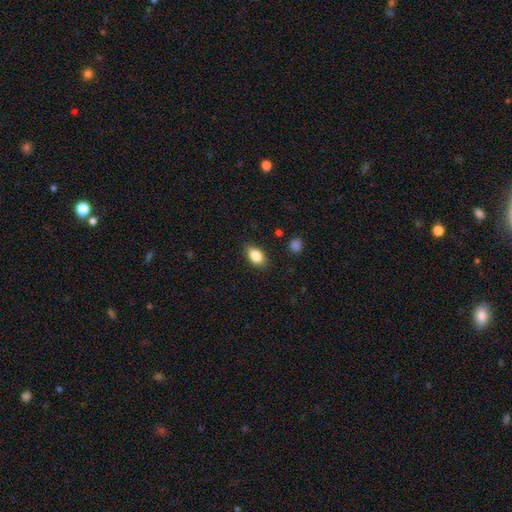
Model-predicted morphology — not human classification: This appears to be a smooth galaxy with no disk features (86%) that is in between round and cigar-shaped (89%). Merging: none (86%).